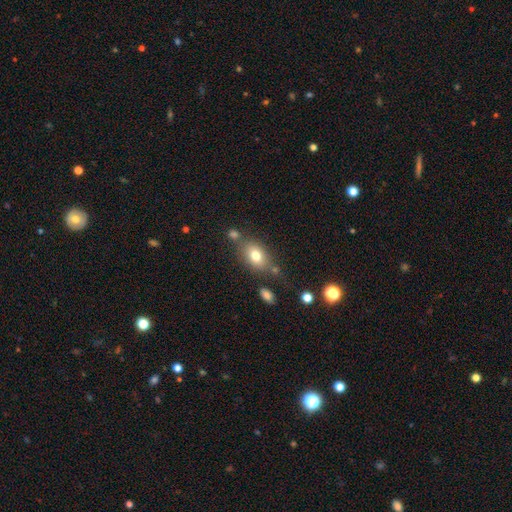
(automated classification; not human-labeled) Overall: smooth (75%). How rounded: in between (79%). Merging: none (63%).